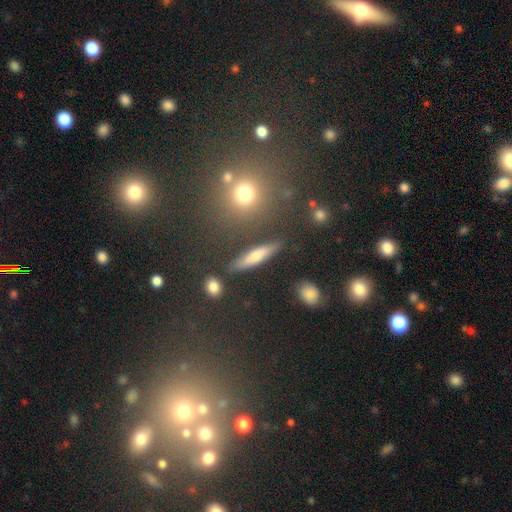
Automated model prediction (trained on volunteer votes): Smooth or featured? Predicted: smooth (p=0.44). Merging? Predicted: none (p=0.86).